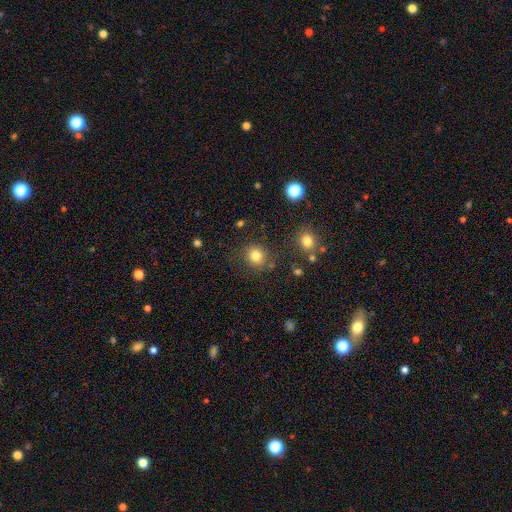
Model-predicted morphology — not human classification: type=smooth (81%); roundness=round (85%); merging=none (82%).